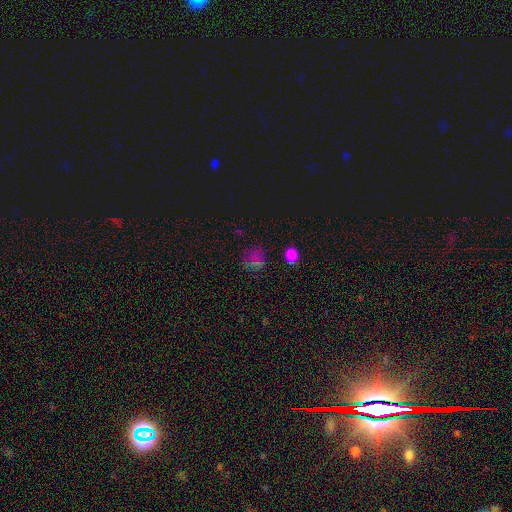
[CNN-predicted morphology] Smooth or featured?
  - smooth: 51% *
  - star or artifact: 41%
  - featured or disk: 7%
How rounded?
  - round: 82% *
  - in between: 16%
  - cigar-shaped: 2%
Merging?
  - none: 77% *
  - minor disturbance: 14%
  - major disturbance: 6%
  - merger: 3%